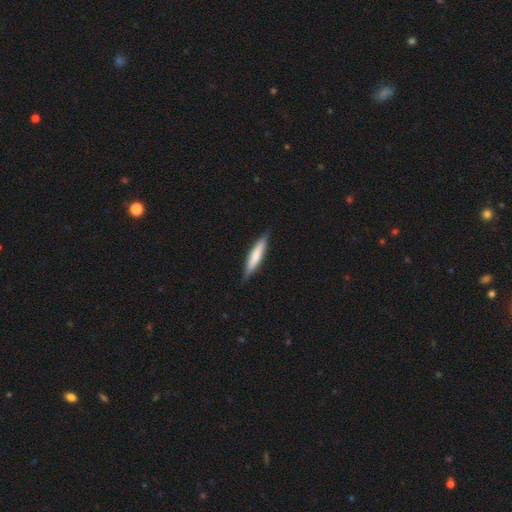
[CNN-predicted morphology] Smooth or featured?
  - smooth: 62% *
  - featured or disk: 33%
  - star or artifact: 5%
How rounded?
  - cigar-shaped: 89% *
  - in between: 10%
  - round: 1%
Merging?
  - none: 87% *
  - minor disturbance: 10%
  - major disturbance: 2%
  - merger: 1%